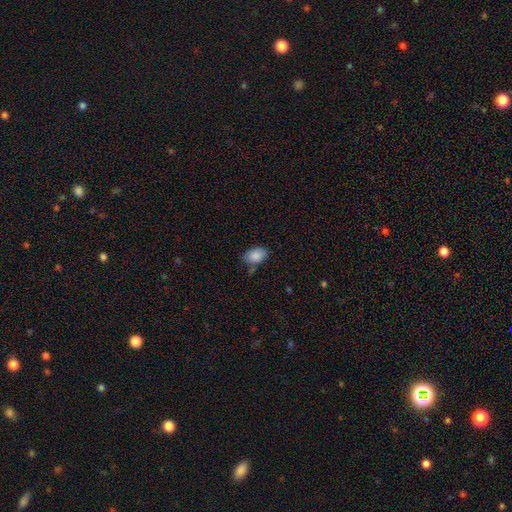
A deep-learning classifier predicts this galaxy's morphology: Q: Smooth or featured?
A: smooth (87%); runner-up: star or artifact (7%)
Q: How rounded?
A: in between (88%); runner-up: round (11%)
Q: Merging?
A: none (68%); runner-up: minor disturbance (22%)